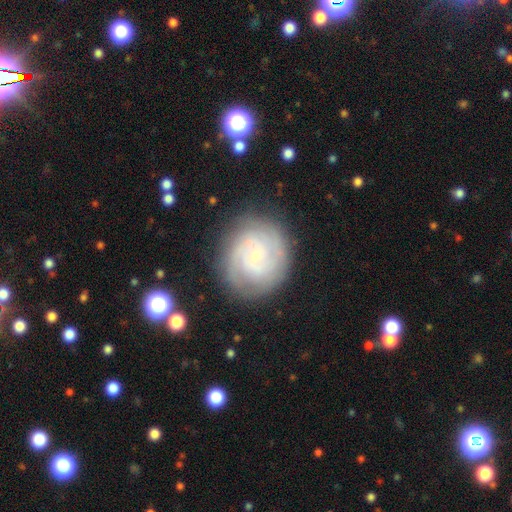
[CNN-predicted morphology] featured or disk 76%, smooth 17%, star or artifact 7%. Down the decision tree: edge-on disk — no (98%); bar — no (69%); spiral arms — yes (93%); spiral arm count — 2 (34%); spiral winding — tight (68%); bulge size — small (82%); merging — none (81%).